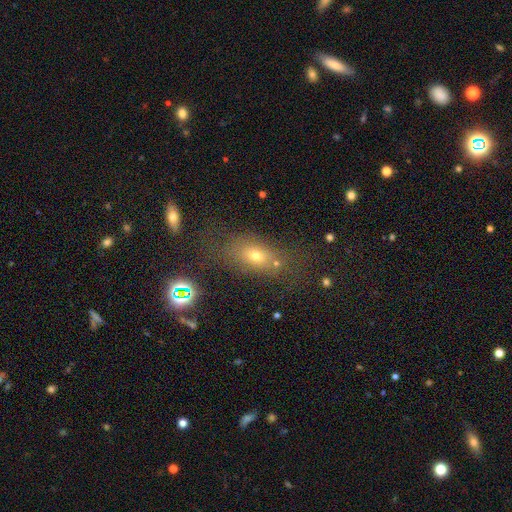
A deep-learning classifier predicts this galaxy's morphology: Q: Smooth or featured?
A: smooth (64%); runner-up: star or artifact (18%)
Q: How rounded?
A: in between (73%); runner-up: round (20%)
Q: Merging?
A: none (64%); runner-up: minor disturbance (17%)